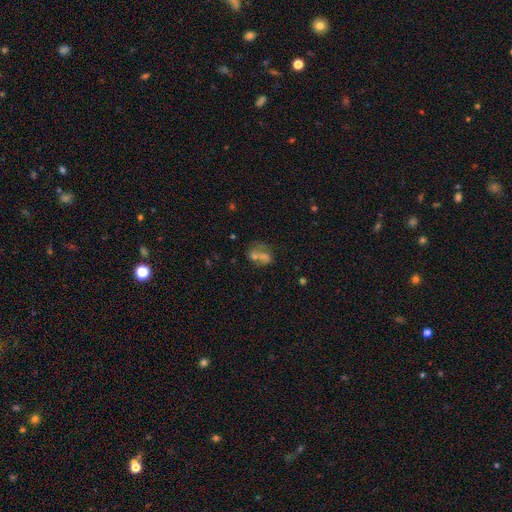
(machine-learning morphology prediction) smooth-or-featured: smooth: 43% | featured or disk: 34% | star or artifact: 23%
  merging: merger: 46% | none: 31% | major disturbance: 12% | minor disturbance: 10%